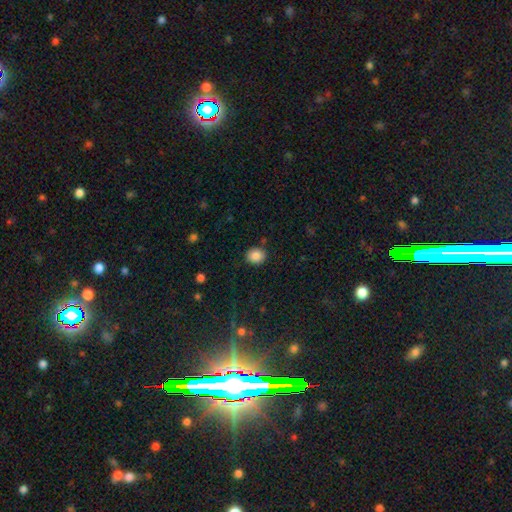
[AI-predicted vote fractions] Smooth or featured?
  - smooth: 86% *
  - star or artifact: 9%
  - featured or disk: 4%
How rounded?
  - round: 66% *
  - in between: 34%
  - cigar-shaped: 1%
Merging?
  - none: 86% *
  - minor disturbance: 9%
  - major disturbance: 2%
  - merger: 2%